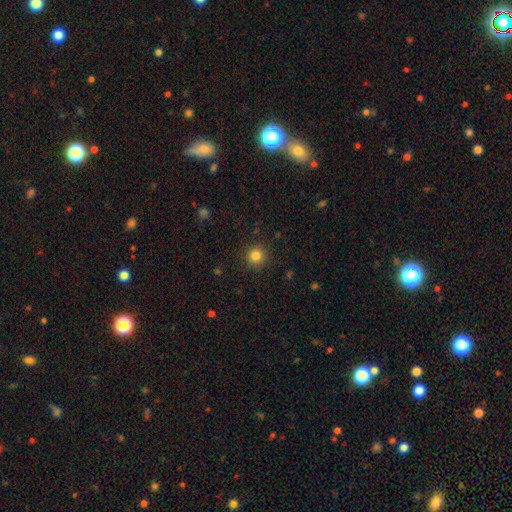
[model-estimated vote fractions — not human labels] The model was most divided on "smooth or featured": smooth: 83%, star or artifact: 12%, featured or disk: 5%. More confident: how rounded — round (94%); merging — none (90%).